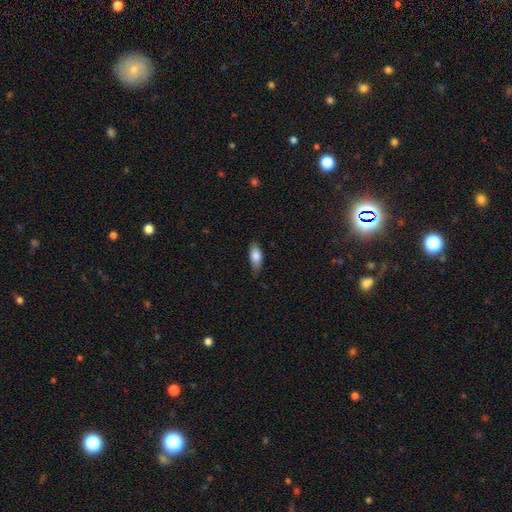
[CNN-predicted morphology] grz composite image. It shows a smooth galaxy with no disk features (82%) that is in between round and cigar-shaped (81%). Merging: none (66%).